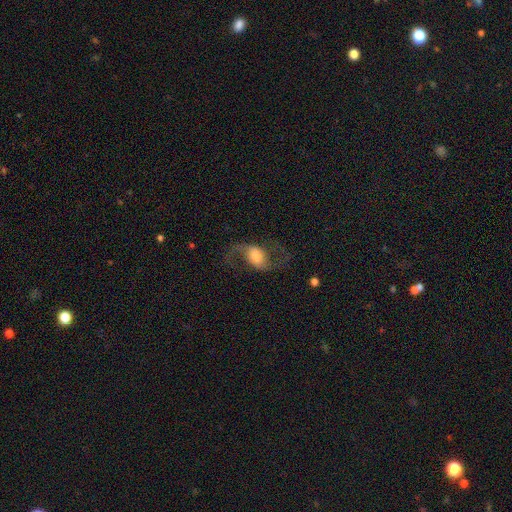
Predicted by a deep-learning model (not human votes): This appears to be a featured or disk galaxy (78%) with a weak bar (41%), 2 (92%) loose (69%) spiral arms (93%) and a moderate central bulge (44%). Merging: none (69%).